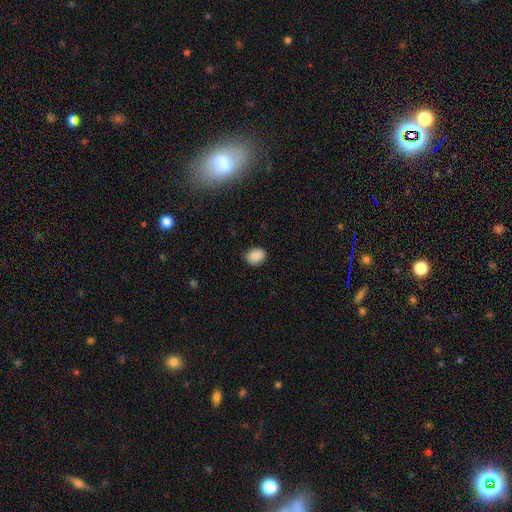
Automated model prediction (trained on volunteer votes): A smooth galaxy with no disk features (88%) that is in between round and cigar-shaped (60%). Merging: none (85%).